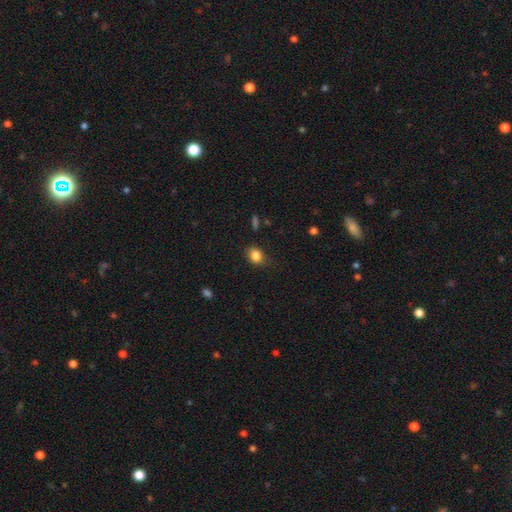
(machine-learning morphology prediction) smooth-or-featured: smooth: 84% | star or artifact: 10% | featured or disk: 6%
  how-rounded: in between: 54% | round: 45% | cigar-shaped: 1%
  merging: none: 74% | minor disturbance: 20% | major disturbance: 5% | merger: 1%